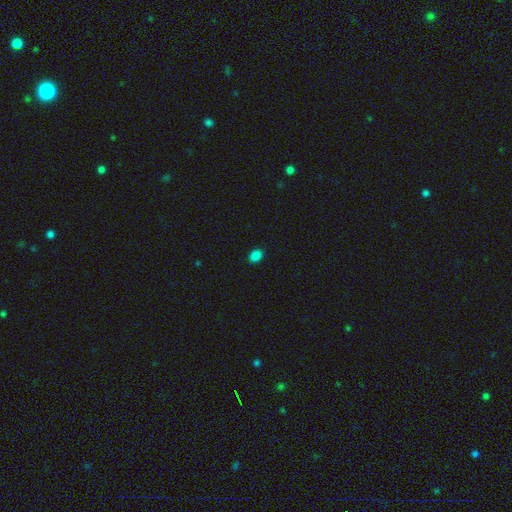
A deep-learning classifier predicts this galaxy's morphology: smooth_or_featured: smooth (p=0.85) [alt: star or artifact p=0.12]
how_rounded: in between (p=0.65) [alt: round p=0.33]
merging: none (p=0.90) [alt: minor disturbance p=0.07]